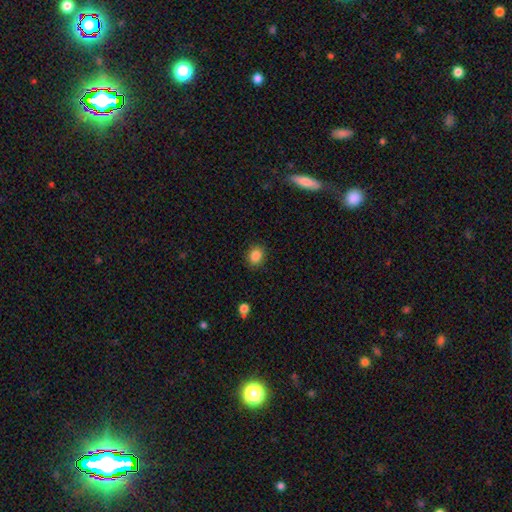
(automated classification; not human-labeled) Smooth or featured? Predicted: smooth (p=0.85). How rounded? Predicted: round (p=0.66). Merging? Predicted: none (p=0.89).